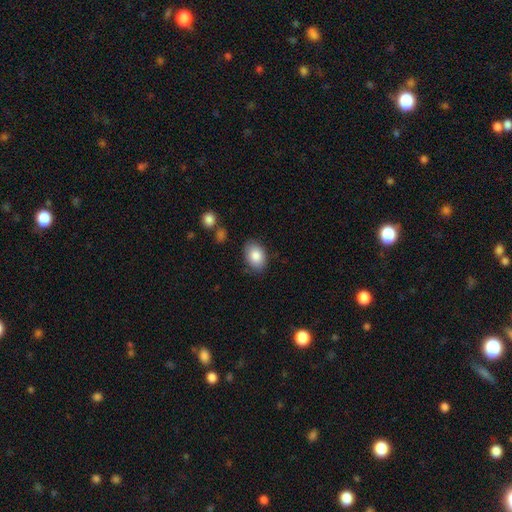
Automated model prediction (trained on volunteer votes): This is clearly a smooth galaxy (85%). How rounded: clearly in between (83%). Merging: clearly none (84%).